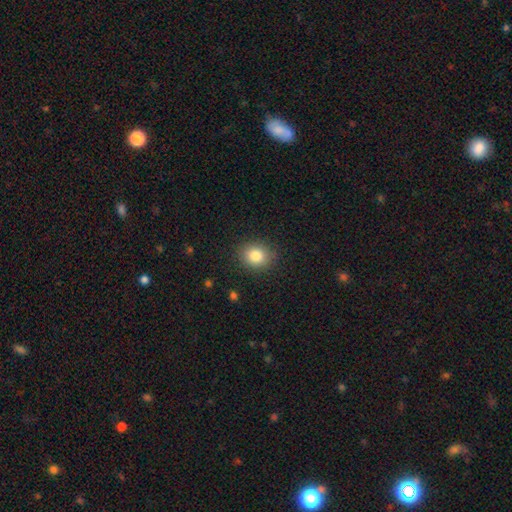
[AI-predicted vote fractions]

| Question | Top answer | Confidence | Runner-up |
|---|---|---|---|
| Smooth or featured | smooth | 83% | star or artifact (10%) |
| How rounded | round | 70% | in between (29%) |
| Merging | none | 88% | minor disturbance (8%) |